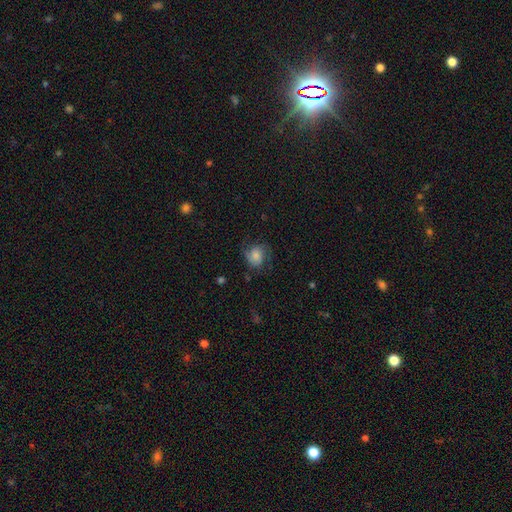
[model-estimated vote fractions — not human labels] Q: Smooth or featured?
A: smooth (50%); runner-up: featured or disk (40%)
Q: How rounded?
A: round (67%); runner-up: in between (32%)
Q: Merging?
A: none (62%); runner-up: minor disturbance (23%)